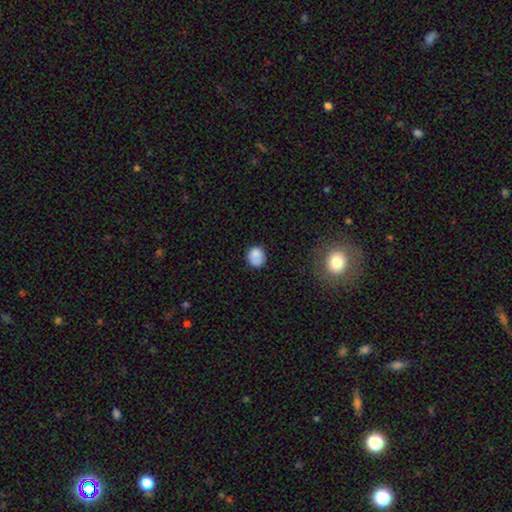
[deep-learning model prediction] Smooth or featured?
  - smooth: 83% *
  - star or artifact: 10%
  - featured or disk: 7%
How rounded?
  - round: 78% *
  - in between: 21%
  - cigar-shaped: 1%
Merging?
  - none: 73% *
  - minor disturbance: 19%
  - major disturbance: 5%
  - merger: 3%